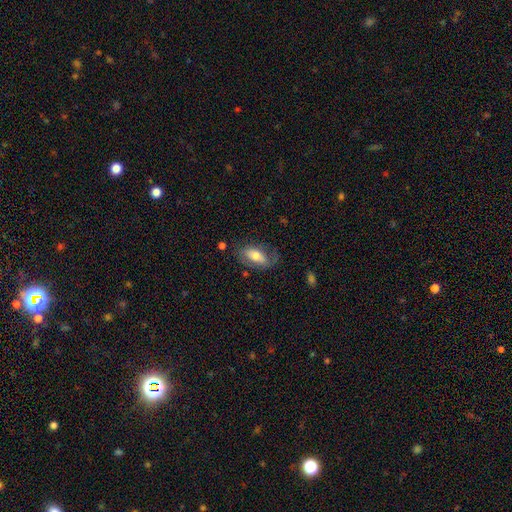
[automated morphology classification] Smooth or featured: smooth — 63% (featured or disk — 30%)
How rounded: in between — 87% (cigar-shaped — 9%)
Merging: none — 60% (minor disturbance — 24%)